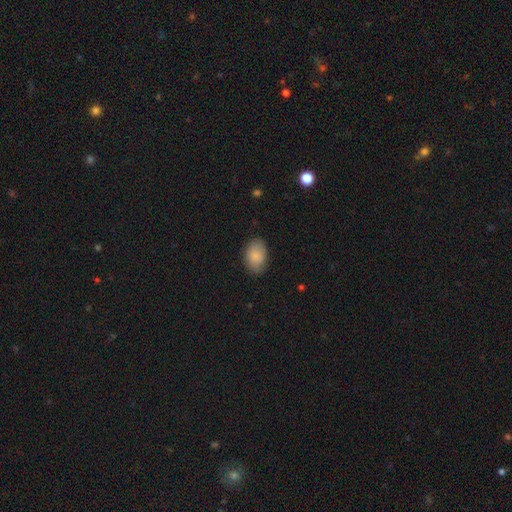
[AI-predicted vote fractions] Overall: smooth (84%). How rounded: in between (86%). Merging: none (80%).